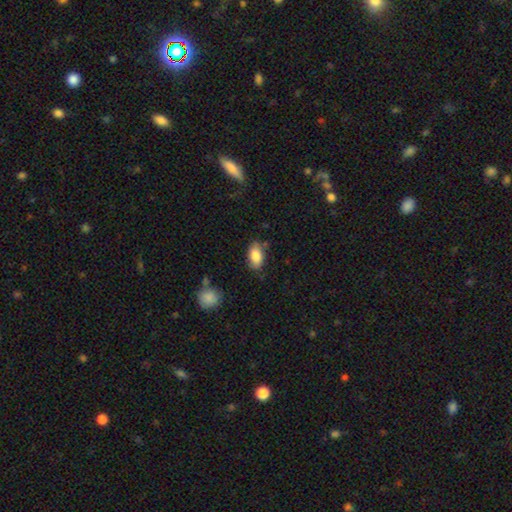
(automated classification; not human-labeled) A smooth galaxy with no disk features (84%) that is in between round and cigar-shaped (92%).

Vote fractions:
- Smooth or featured? smooth: 84% / featured or disk: 9% / star or artifact: 7%
- How rounded? in between: 92% / round: 5% / cigar-shaped: 3%
- Merging? none: 74% / minor disturbance: 18% / major disturbance: 4% / merger: 3%